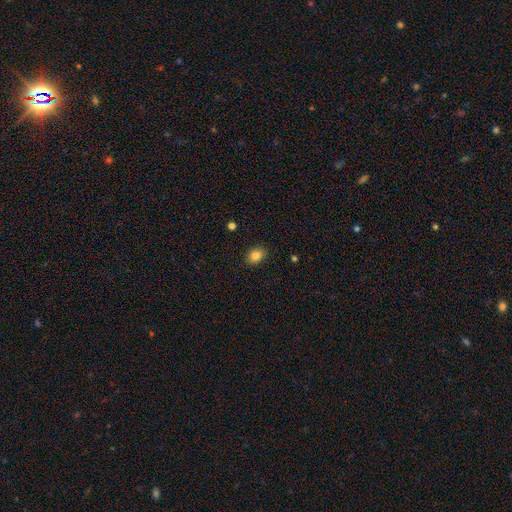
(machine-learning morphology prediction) Q: Smooth or featured?
A: smooth (83%); runner-up: star or artifact (10%)
Q: How rounded?
A: in between (62%); runner-up: round (37%)
Q: Merging?
A: none (88%); runner-up: minor disturbance (9%)